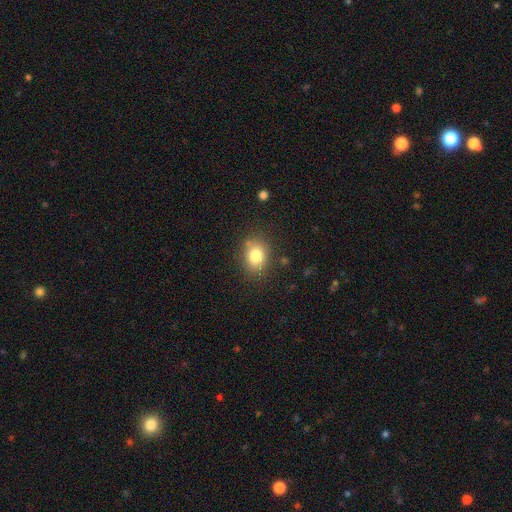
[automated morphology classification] Smooth or featured? Predicted: smooth (p=0.80). How rounded? Predicted: in between (p=0.53). Merging? Predicted: none (p=0.77).